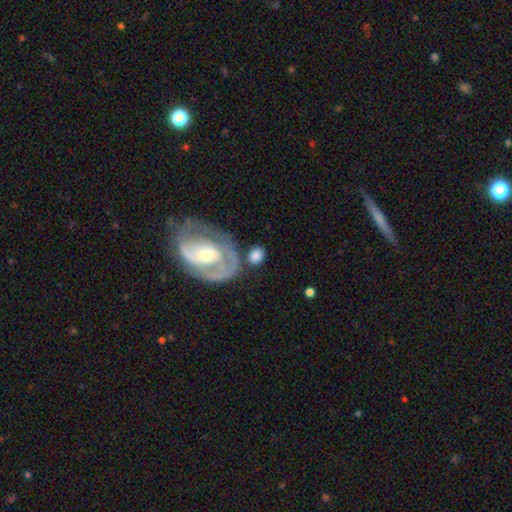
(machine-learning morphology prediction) Smooth or featured? Predicted: smooth (p=0.67). How rounded? Predicted: in between (p=0.54). Merging? Predicted: none (p=0.58).